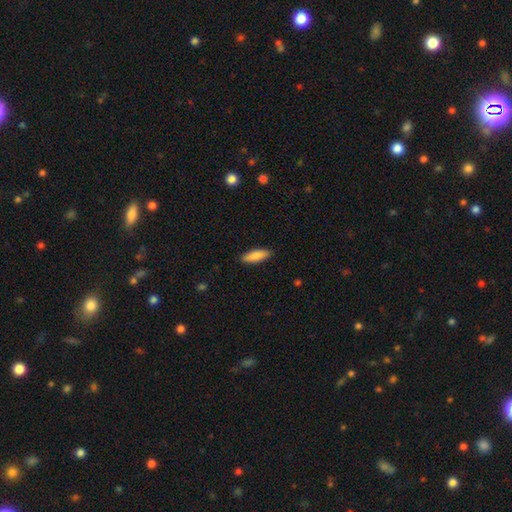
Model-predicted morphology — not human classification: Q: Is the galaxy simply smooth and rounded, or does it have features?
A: smooth — 87%.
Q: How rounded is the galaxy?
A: in between — 55%.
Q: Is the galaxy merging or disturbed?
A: none — 88%.